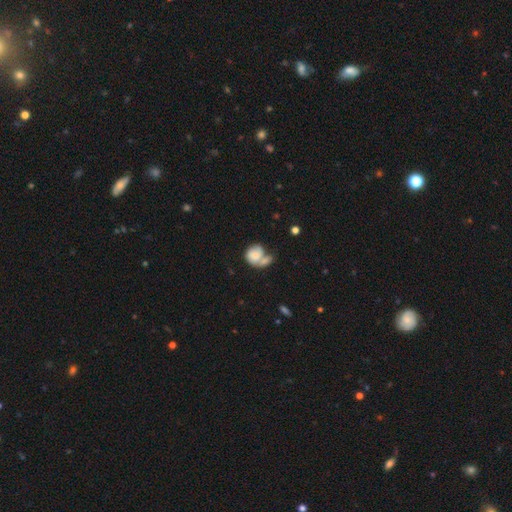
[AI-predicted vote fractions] Q: Smooth or featured?
A: smooth (75%); runner-up: featured or disk (18%)
Q: How rounded?
A: round (62%); runner-up: in between (36%)
Q: Merging?
A: merger (49%); runner-up: none (24%)